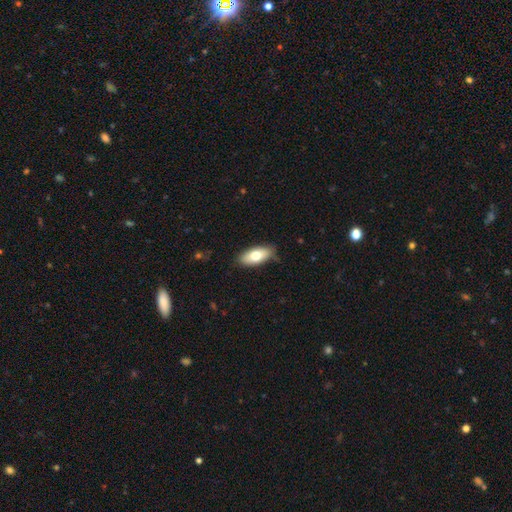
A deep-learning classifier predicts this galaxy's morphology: type=smooth (72%); roundness=in between (89%); merging=none (82%).